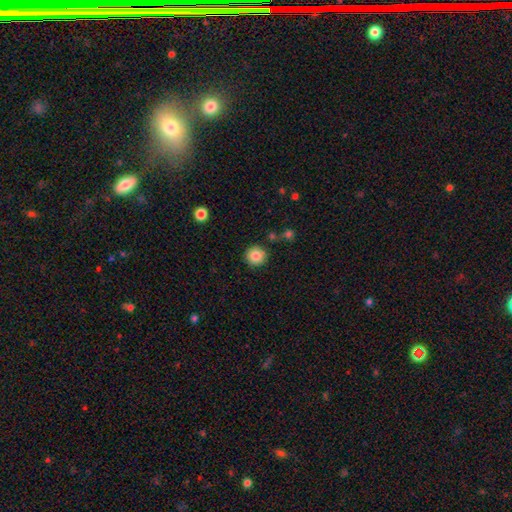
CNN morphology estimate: The model was most divided on "smooth or featured": smooth: 85%, star or artifact: 10%, featured or disk: 6%. More confident: how rounded — round (94%); merging — none (88%).